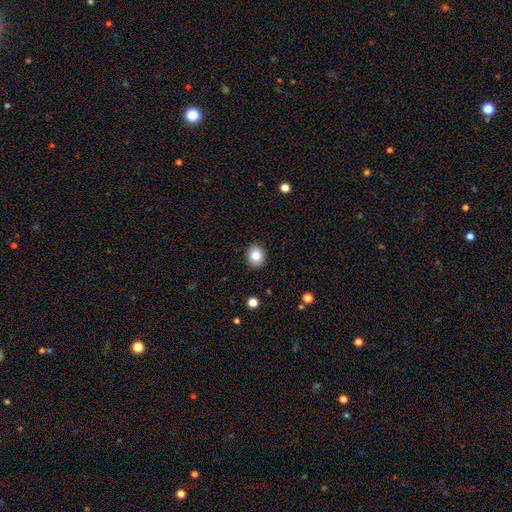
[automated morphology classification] This appears to be a smooth galaxy with no disk features (84%) that is round (70%). Merging: none (90%).